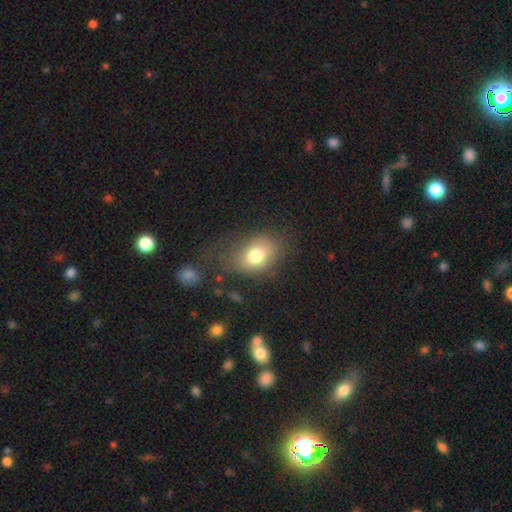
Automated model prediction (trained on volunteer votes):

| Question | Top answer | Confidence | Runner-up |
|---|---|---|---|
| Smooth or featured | smooth | 76% | featured or disk (13%) |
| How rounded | in between | 71% | round (27%) |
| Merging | none | 58% | minor disturbance (23%) |